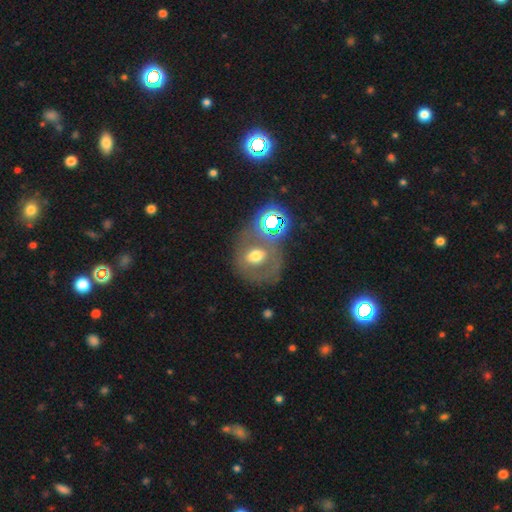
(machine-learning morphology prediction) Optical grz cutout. It shows a smooth galaxy with no disk features (47%). Merging: none (61%).